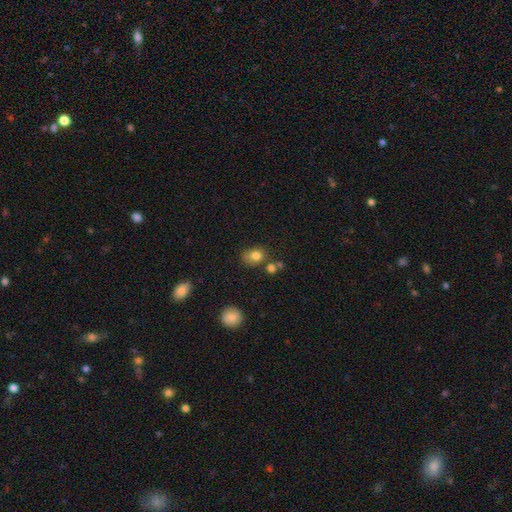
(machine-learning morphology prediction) Smooth or featured? Predicted: smooth (p=0.79). How rounded? Predicted: round (p=0.51). Merging? Predicted: none (p=0.59).